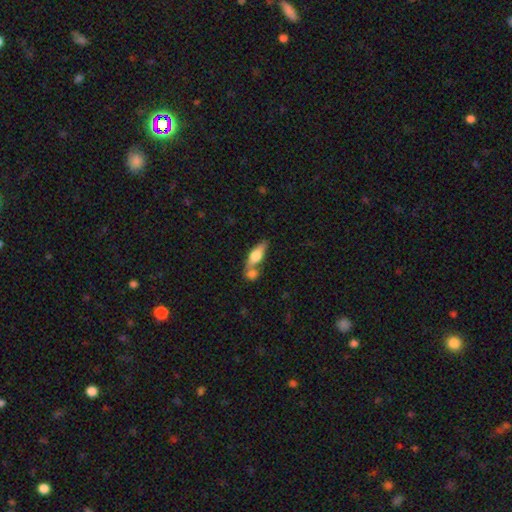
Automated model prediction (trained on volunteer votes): smooth 52%, featured or disk 41%, star or artifact 7%. Down the decision tree: how rounded — in between (55%); merging — none (44%).